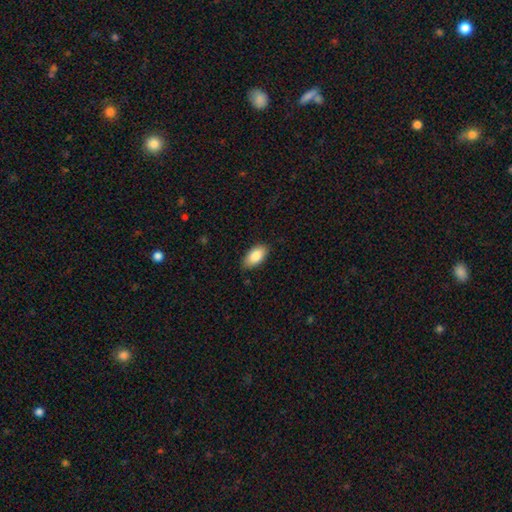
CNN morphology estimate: smooth 87%, featured or disk 7%, star or artifact 6%. Down the decision tree: how rounded — in between (94%); merging — none (83%).